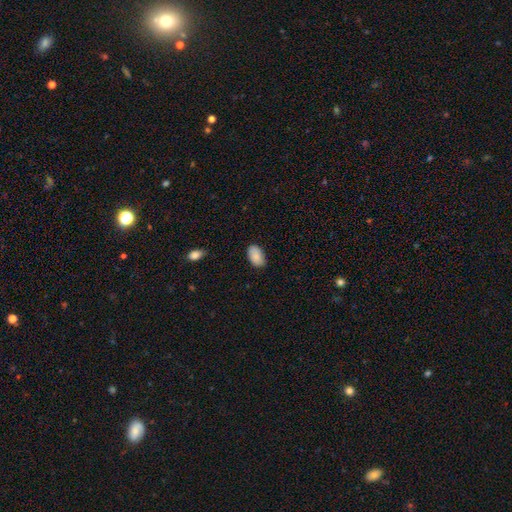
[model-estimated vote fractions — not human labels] This appears to be a smooth galaxy with no disk features (85%) that is in between round and cigar-shaped (93%). Merging: none (82%).